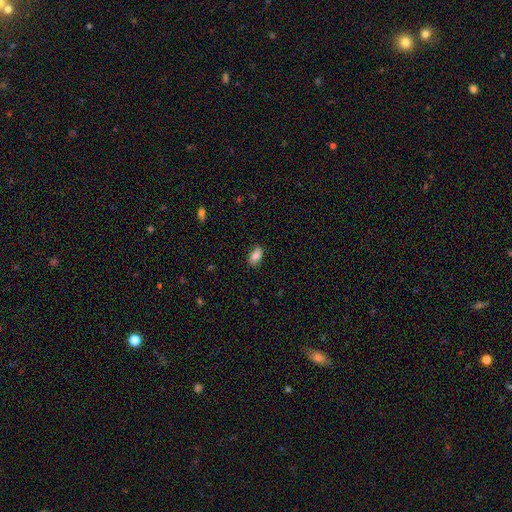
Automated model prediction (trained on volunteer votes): A smooth galaxy with no disk features (81%) that is in between round and cigar-shaped (92%).

Vote fractions:
- Smooth or featured? smooth: 81% / featured or disk: 11% / star or artifact: 7%
- How rounded? in between: 92% / round: 5% / cigar-shaped: 3%
- Merging? none: 85% / minor disturbance: 11% / major disturbance: 2% / merger: 1%